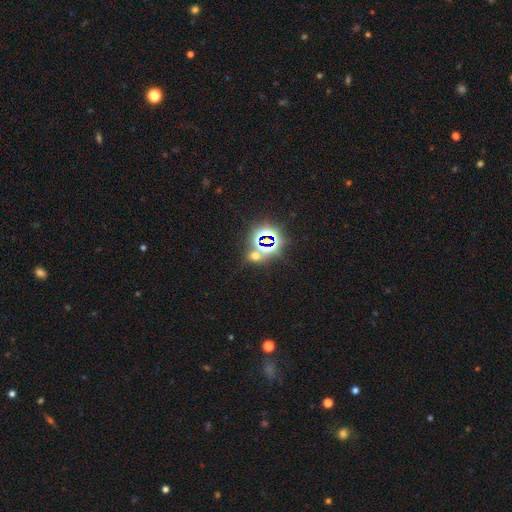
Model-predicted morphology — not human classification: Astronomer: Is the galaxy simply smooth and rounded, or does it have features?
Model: star or artifact — 65%.